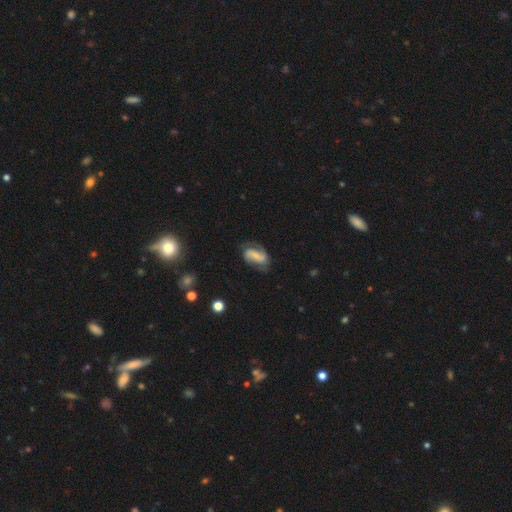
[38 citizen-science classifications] Overall: featured or disk (84%). Edge-on disk: no (97%). Bar: weak (48%; strong 29%). Spiral arms: yes (94%). Spiral arm count: 2 (83%). Spiral winding: medium (69%). Bulge size: small (52%; moderate 19%). Merging: none (62%; minor disturbance 27%).